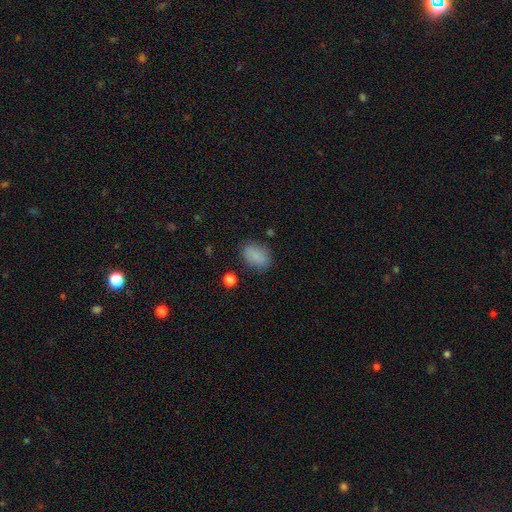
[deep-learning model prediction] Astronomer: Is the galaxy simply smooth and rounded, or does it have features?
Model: smooth — 85%.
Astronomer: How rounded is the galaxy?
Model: in between — 83%.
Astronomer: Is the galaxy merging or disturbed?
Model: none — 78%.